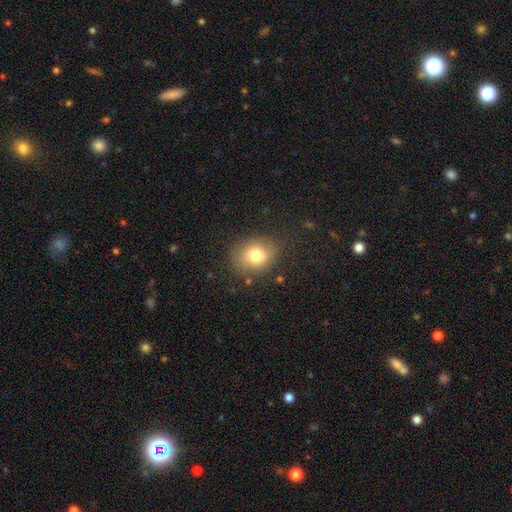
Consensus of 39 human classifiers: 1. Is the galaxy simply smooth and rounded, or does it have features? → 85% smooth, 8% featured or disk, 8% star or artifact.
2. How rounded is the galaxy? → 55% round, 45% in between, 0% cigar-shaped.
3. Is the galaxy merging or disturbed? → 86% none, 11% minor disturbance, 3% merger, 0% major disturbance.